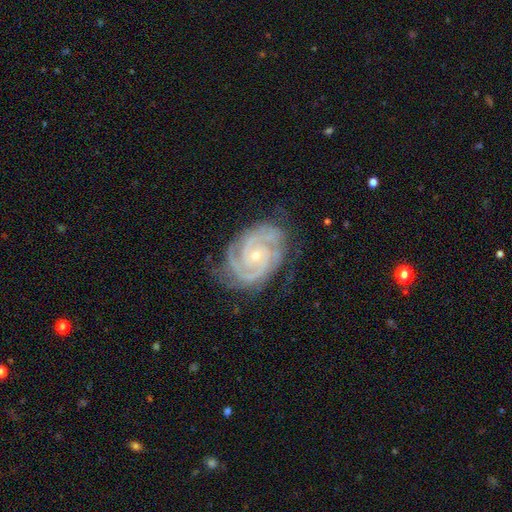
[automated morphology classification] Overall: featured or disk (92%). Edge-on disk: no (98%). Bar: no (69%). Spiral arms: yes (99%). Spiral arm count: 2 (39%; 3 35%). Spiral winding: tight (75%). Bulge size: small (75%). Merging: none (77%).